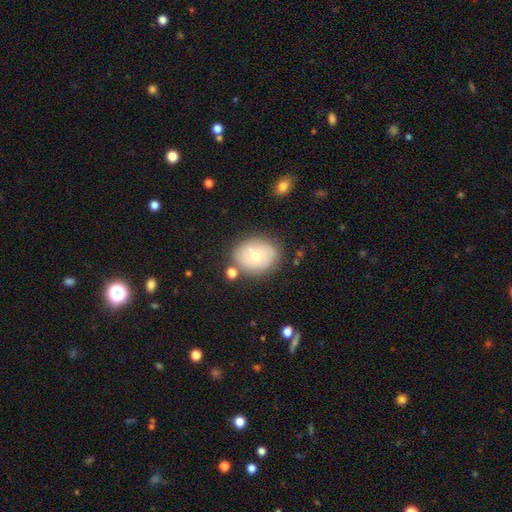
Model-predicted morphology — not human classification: type=smooth (59%); roundness=round (50%); merging=none (72%).